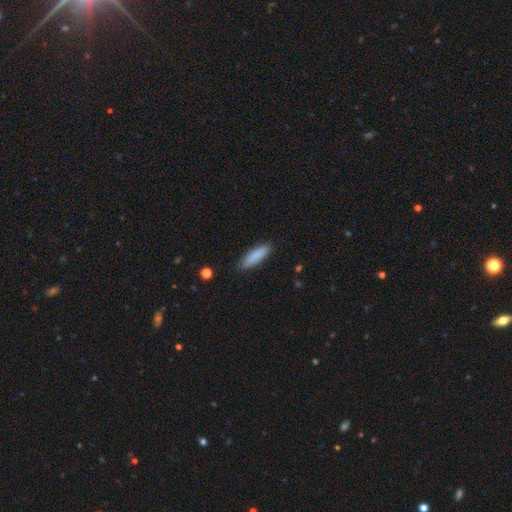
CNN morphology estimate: A smooth galaxy with no disk features (87%) that is cigar-shaped (63%).

Vote fractions:
- Smooth or featured? smooth: 87% / featured or disk: 7% / star or artifact: 6%
- How rounded? cigar-shaped: 63% / in between: 35% / round: 1%
- Merging? none: 87% / minor disturbance: 10% / major disturbance: 2% / merger: 1%